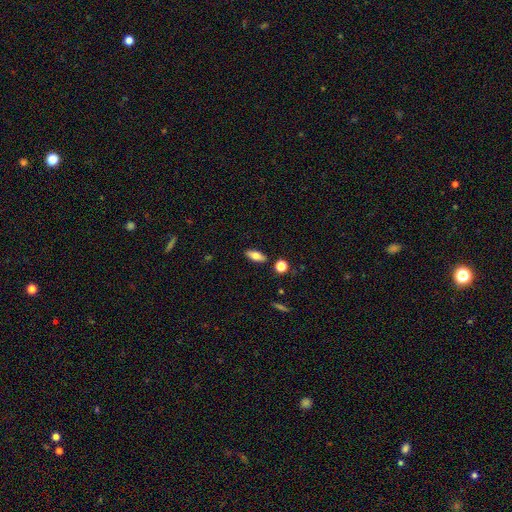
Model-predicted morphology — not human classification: Q: Smooth or featured?
A: smooth (72%); runner-up: featured or disk (20%)
Q: How rounded?
A: in between (77%); runner-up: cigar-shaped (19%)
Q: Merging?
A: none (86%); runner-up: minor disturbance (9%)